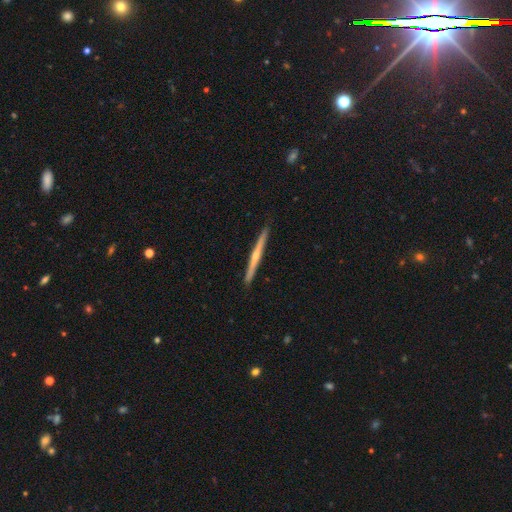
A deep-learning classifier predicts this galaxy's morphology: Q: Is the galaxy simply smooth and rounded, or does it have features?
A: featured or disk — 69%.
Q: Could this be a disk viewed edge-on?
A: yes — 98%.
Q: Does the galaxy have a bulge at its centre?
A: rounded — 64%.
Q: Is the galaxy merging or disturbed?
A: none — 92%.